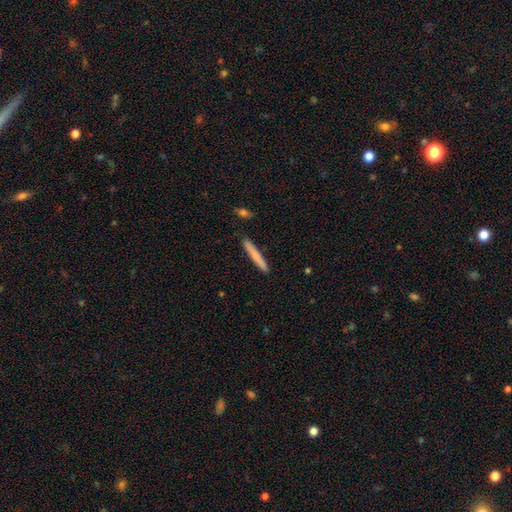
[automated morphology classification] This appears to be a smooth galaxy with no disk features (70%) that is cigar-shaped (96%). Merging: none (90%).